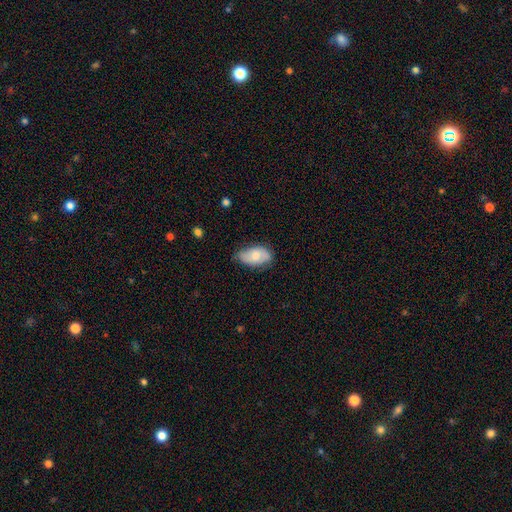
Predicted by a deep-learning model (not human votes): Morphology: type=smooth (69%); roundness=in between (93%); merging=none (62%).